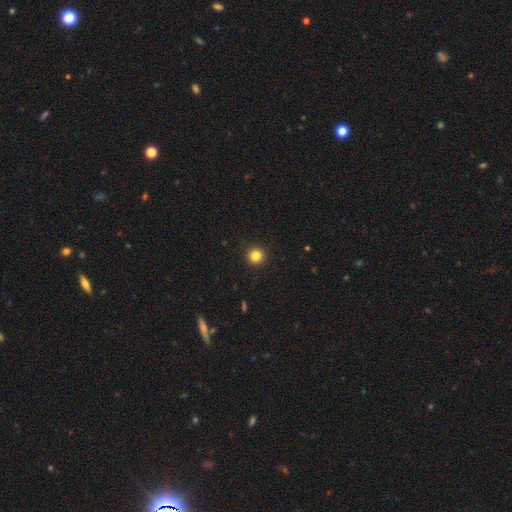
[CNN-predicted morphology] smooth-or-featured: smooth: 83% | star or artifact: 12% | featured or disk: 5%
  how-rounded: round: 94% | in between: 5% | cigar-shaped: 1%
  merging: none: 92% | minor disturbance: 5% | major disturbance: 2% | merger: 1%